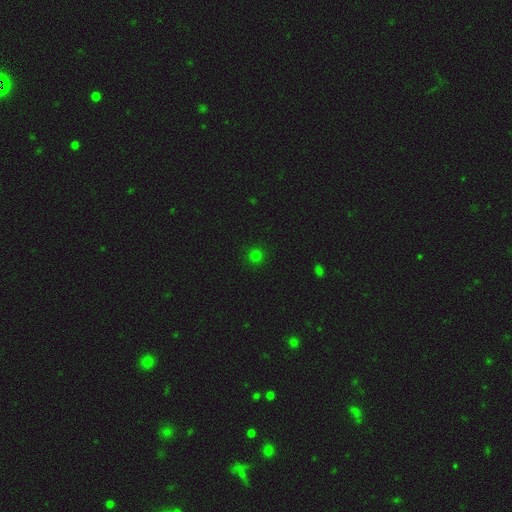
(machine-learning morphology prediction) smooth-or-featured: smooth: 75% | star or artifact: 21% | featured or disk: 5%
  how-rounded: round: 95% | in between: 4% | cigar-shaped: 1%
  merging: none: 92% | minor disturbance: 5% | major disturbance: 2% | merger: 1%